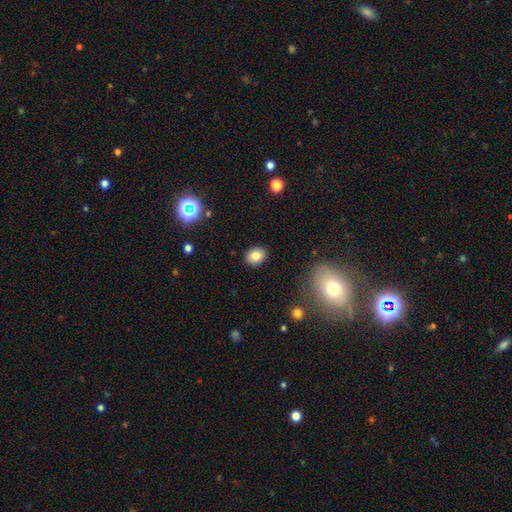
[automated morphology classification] Q: Smooth or featured?
A: smooth (82%); runner-up: star or artifact (10%)
Q: How rounded?
A: in between (56%); runner-up: round (43%)
Q: Merging?
A: none (89%); runner-up: minor disturbance (8%)